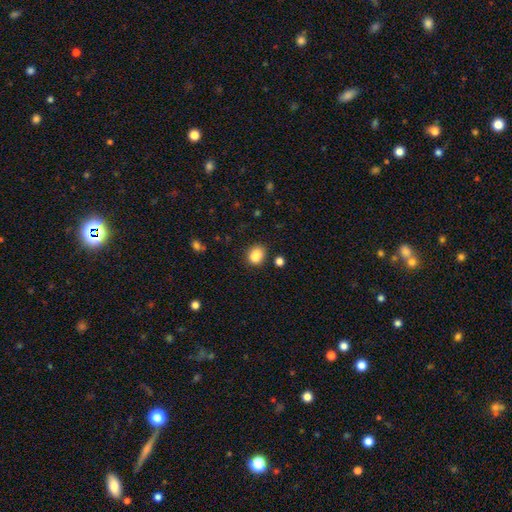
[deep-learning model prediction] Overall: smooth (86%). How rounded: in between (56%; round 43%). Merging: none (73%).